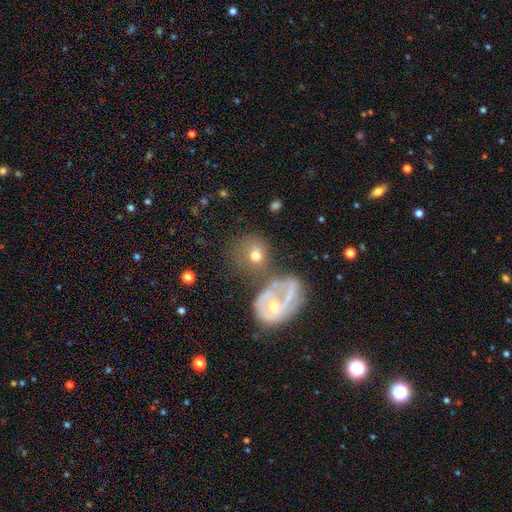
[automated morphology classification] type=smooth (55%); roundness=round (71%); merging=none (41%).